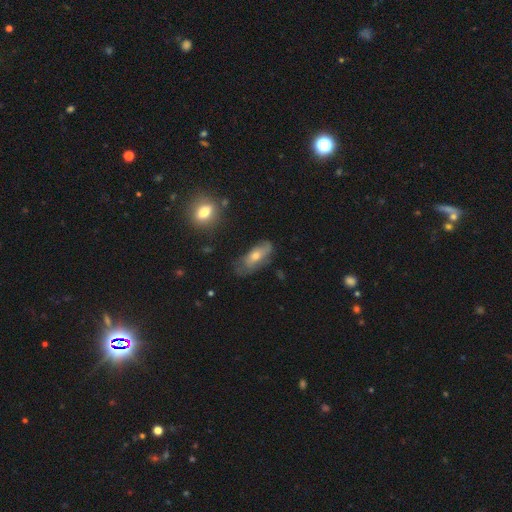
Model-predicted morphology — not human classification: This appears to be a featured or disk galaxy (47%). Merging: none (61%).